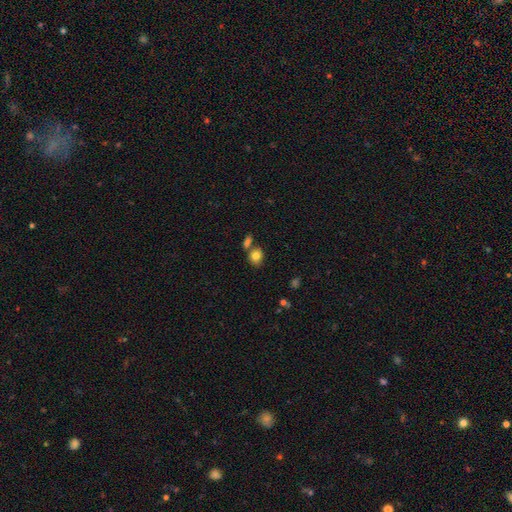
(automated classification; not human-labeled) Smooth or featured: smooth — 82% (star or artifact — 10%)
How rounded: round — 53% (in between — 46%)
Merging: none — 60% (merger — 23%)